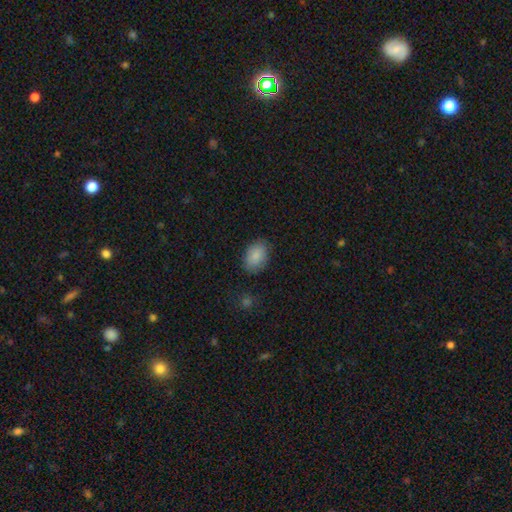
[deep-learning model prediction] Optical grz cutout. It shows a smooth galaxy with no disk features (88%) that is in between round and cigar-shaped (85%). Merging: none (81%).